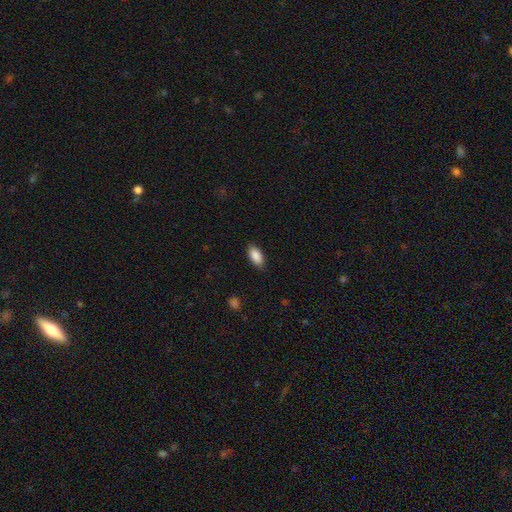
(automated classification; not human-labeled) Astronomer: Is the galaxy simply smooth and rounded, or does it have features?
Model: smooth — 89%.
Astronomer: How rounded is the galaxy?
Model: in between — 92%.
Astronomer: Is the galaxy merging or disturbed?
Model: none — 86%.